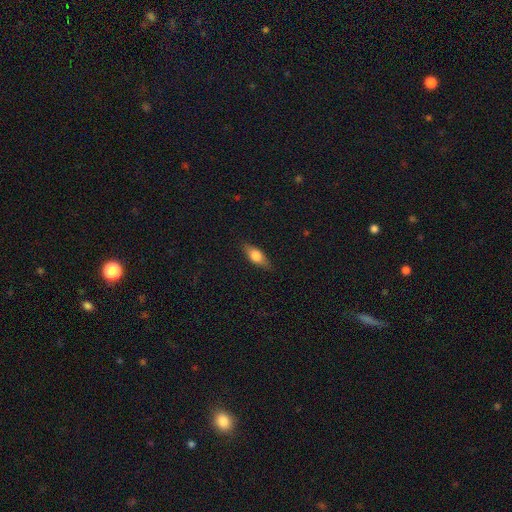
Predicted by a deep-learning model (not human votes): smooth_or_featured: smooth (p=0.68) [alt: featured or disk p=0.25]
how_rounded: in between (p=0.74) [alt: cigar-shaped p=0.21]
merging: none (p=0.84) [alt: minor disturbance p=0.13]